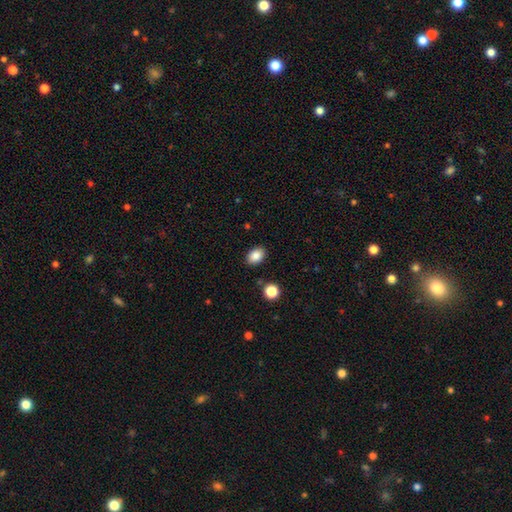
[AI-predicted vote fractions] Smooth or featured?
  - smooth: 87% *
  - star or artifact: 9%
  - featured or disk: 5%
How rounded?
  - in between: 82% *
  - round: 17%
  - cigar-shaped: 1%
Merging?
  - none: 87% *
  - minor disturbance: 9%
  - major disturbance: 2%
  - merger: 2%